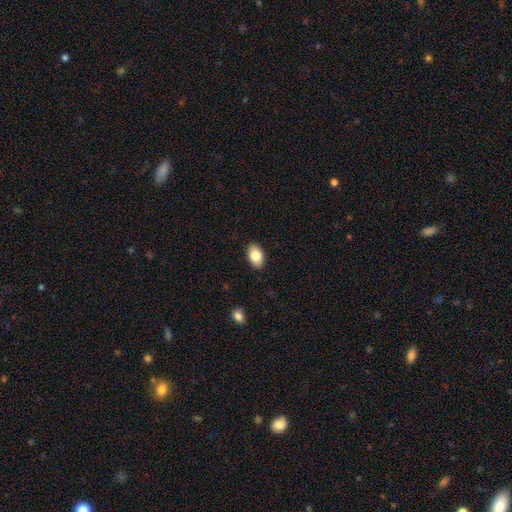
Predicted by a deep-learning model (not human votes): smooth_or_featured: smooth (p=0.83) [alt: featured or disk p=0.10]
how_rounded: in between (p=0.90) [alt: round p=0.08]
merging: none (p=0.88) [alt: minor disturbance p=0.09]